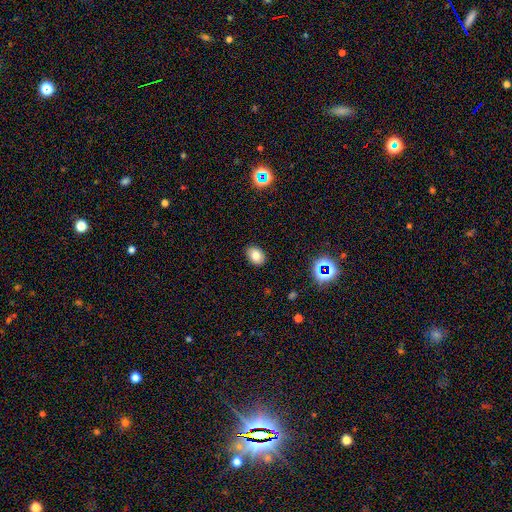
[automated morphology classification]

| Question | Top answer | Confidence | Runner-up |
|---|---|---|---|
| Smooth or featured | smooth | 80% | star or artifact (11%) |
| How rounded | in between | 74% | round (25%) |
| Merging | none | 87% | minor disturbance (9%) |